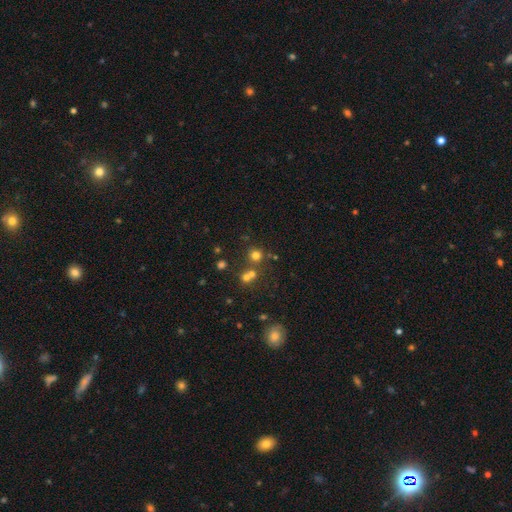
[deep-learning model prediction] smooth 69%, star or artifact 22%, featured or disk 9%. Down the decision tree: how rounded — round (90%); merging — none (66%).